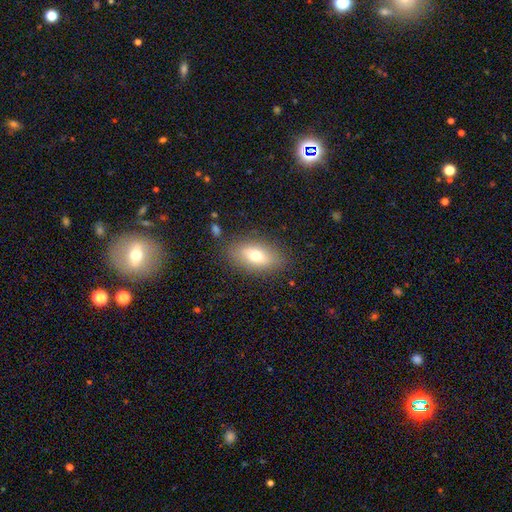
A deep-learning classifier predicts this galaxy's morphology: Smooth or featured? Predicted: smooth (p=0.70). How rounded? Predicted: in between (p=0.86). Merging? Predicted: none (p=0.83).